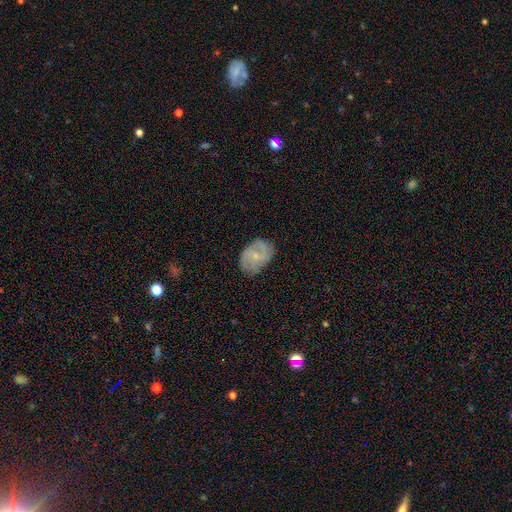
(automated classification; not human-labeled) This appears to be a featured or disk galaxy (58%) with no bar (52%), spiral arms (81%) and a small central bulge (67%). Merging: none (70%).